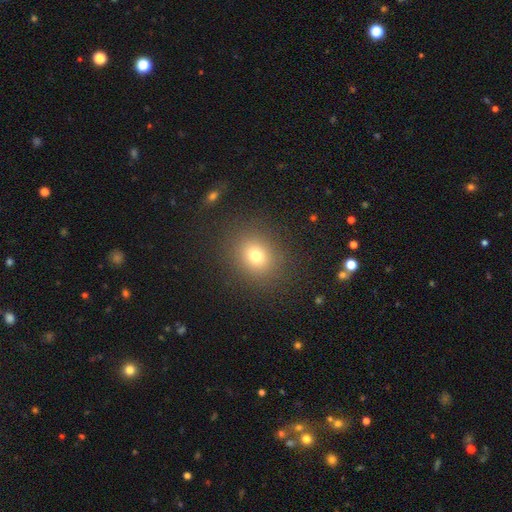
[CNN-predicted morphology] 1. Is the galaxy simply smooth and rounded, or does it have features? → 74% smooth, 16% star or artifact, 10% featured or disk.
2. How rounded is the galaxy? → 73% round, 26% in between, 1% cigar-shaped.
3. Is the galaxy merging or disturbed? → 87% none, 8% minor disturbance, 4% major disturbance, 2% merger.